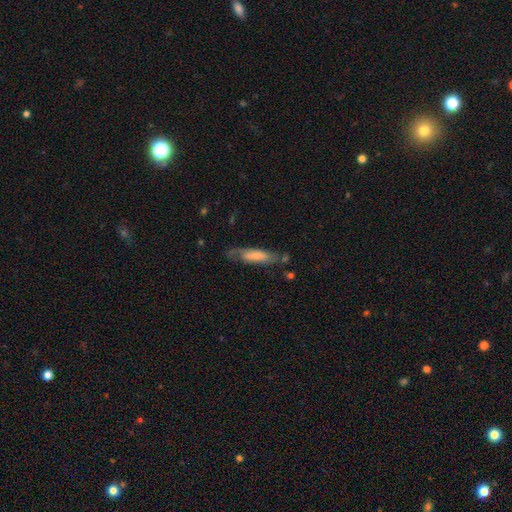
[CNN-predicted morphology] This is possibly a smooth galaxy (55%). How rounded: likely cigar-shaped (61%). Merging: possibly none (58%).